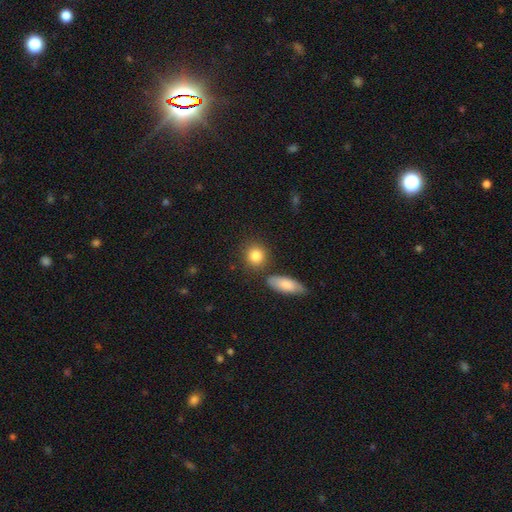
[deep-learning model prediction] A smooth galaxy with no disk features (84%) that is round (77%).

Vote fractions:
- Smooth or featured? smooth: 84% / star or artifact: 8% / featured or disk: 7%
- How rounded? round: 77% / in between: 21% / cigar-shaped: 2%
- Merging? none: 76% / merger: 10% / minor disturbance: 10% / major disturbance: 3%